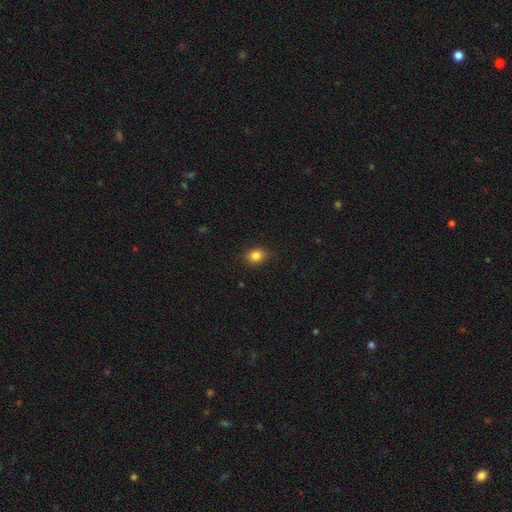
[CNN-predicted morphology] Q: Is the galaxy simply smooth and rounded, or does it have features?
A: smooth — 84%.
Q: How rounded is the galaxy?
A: round — 53%.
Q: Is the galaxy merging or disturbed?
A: none — 86%.